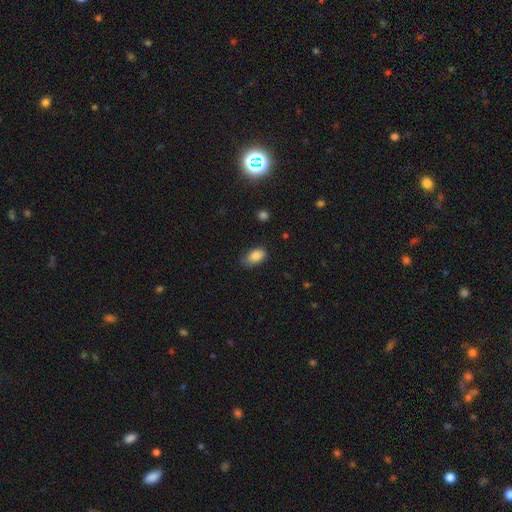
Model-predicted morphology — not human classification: Smooth or featured? smooth (85%)
How rounded? in between (91%)
Merging? none (68%)